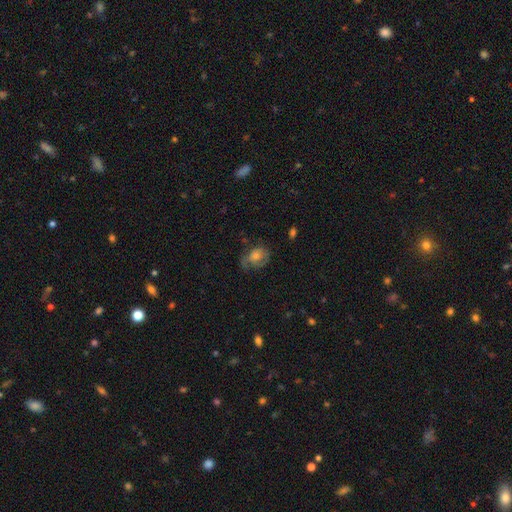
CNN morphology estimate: The model was most divided on "smooth or featured": smooth: 48%, featured or disk: 40%, star or artifact: 12%. More confident: merging — none (53%).